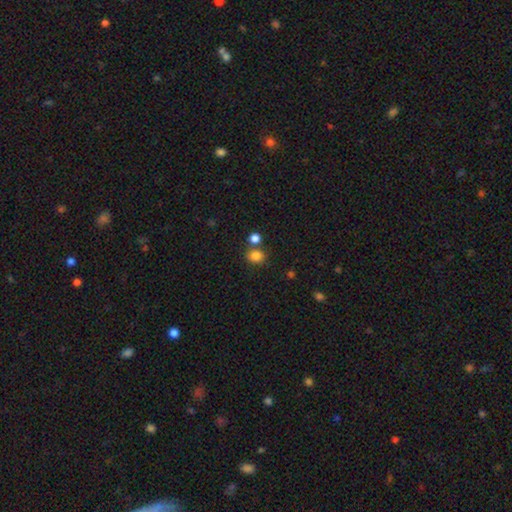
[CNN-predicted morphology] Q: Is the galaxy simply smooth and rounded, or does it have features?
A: smooth — 83%.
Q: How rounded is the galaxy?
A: round — 63%.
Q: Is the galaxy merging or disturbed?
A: none — 68%.